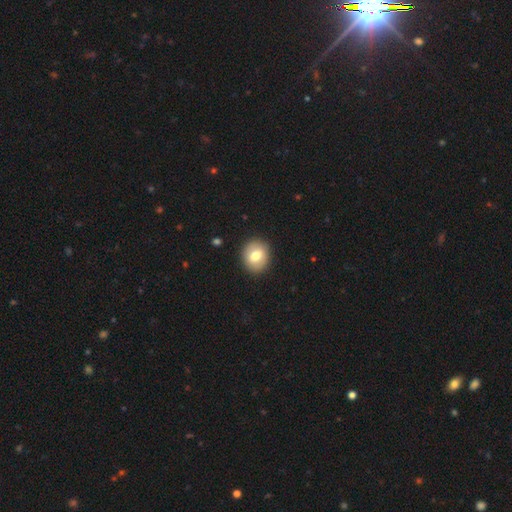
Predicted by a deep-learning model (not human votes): A smooth galaxy with no disk features (72%) that is round (72%).

Vote fractions:
- Smooth or featured? smooth: 72% / featured or disk: 21% / star or artifact: 8%
- How rounded? round: 72% / in between: 27% / cigar-shaped: 1%
- Merging? none: 90% / minor disturbance: 7% / major disturbance: 2% / merger: 1%